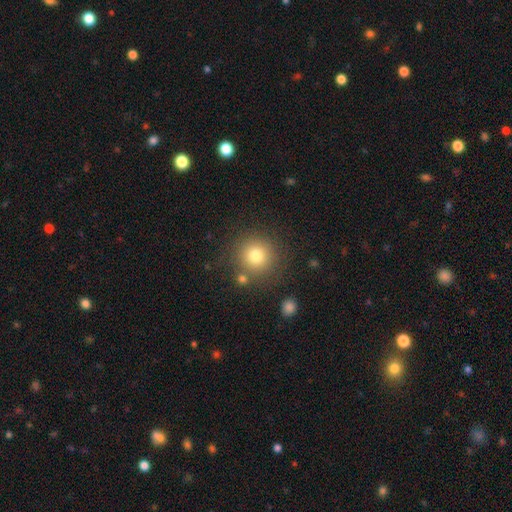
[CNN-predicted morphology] This appears to be a smooth galaxy with no disk features (77%) that is round (93%). Merging: none (81%).